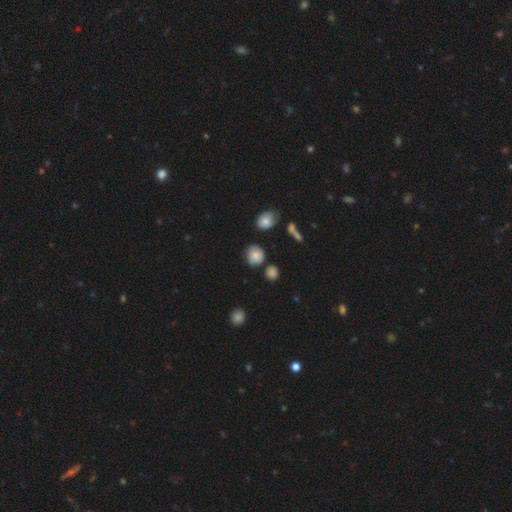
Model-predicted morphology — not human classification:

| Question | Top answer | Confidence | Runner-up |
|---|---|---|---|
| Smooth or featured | smooth | 78% | star or artifact (11%) |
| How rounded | round | 73% | in between (26%) |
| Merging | none | 72% | minor disturbance (17%) |